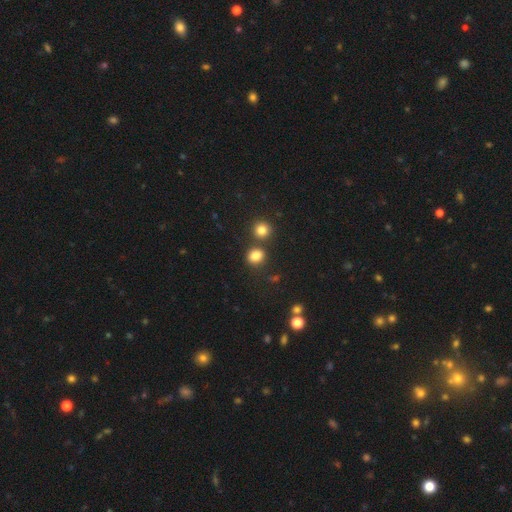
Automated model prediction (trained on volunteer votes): Overall: smooth (83%). How rounded: round (63%; in between 36%). Merging: none (71%).